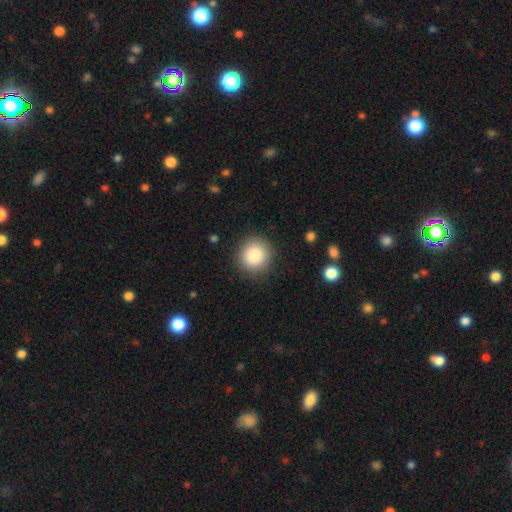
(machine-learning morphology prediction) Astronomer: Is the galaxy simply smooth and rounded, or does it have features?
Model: smooth — 87%.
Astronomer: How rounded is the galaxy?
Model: round — 92%.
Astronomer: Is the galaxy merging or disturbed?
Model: none — 90%.